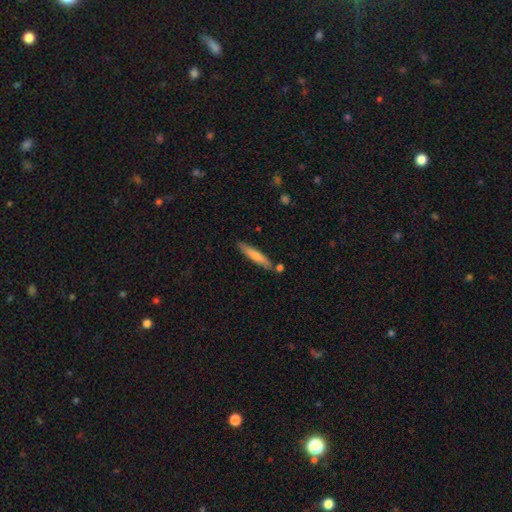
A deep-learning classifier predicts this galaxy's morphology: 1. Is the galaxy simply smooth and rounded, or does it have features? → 71% smooth, 24% featured or disk, 5% star or artifact.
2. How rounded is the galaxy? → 90% cigar-shaped, 9% in between, 1% round.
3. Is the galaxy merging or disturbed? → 80% none, 12% minor disturbance, 6% merger, 2% major disturbance.